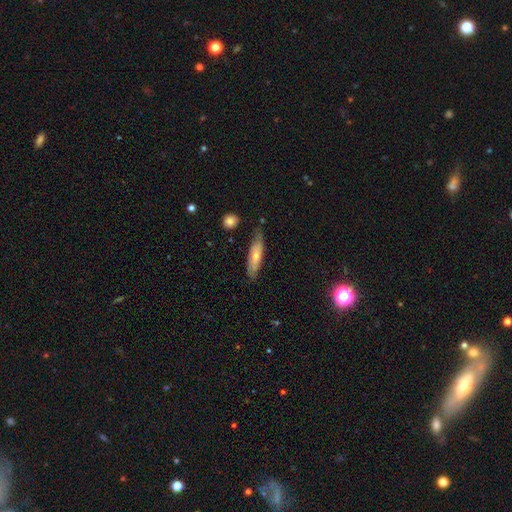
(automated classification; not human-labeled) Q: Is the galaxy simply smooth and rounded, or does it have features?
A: smooth — 61%.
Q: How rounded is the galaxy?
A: cigar-shaped — 65%.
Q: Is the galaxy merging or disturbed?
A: none — 68%.